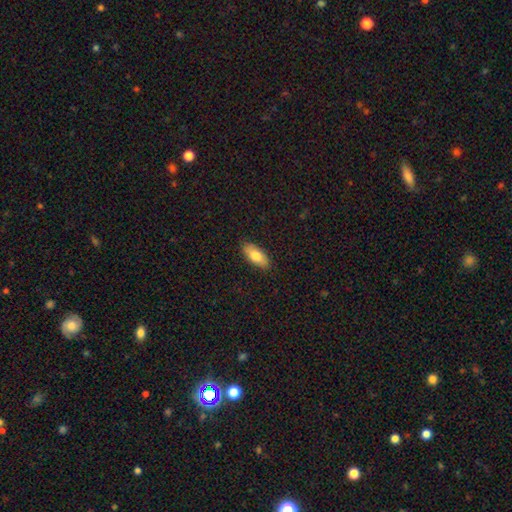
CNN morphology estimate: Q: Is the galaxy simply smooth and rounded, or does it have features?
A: smooth — 78%.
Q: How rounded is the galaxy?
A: in between — 85%.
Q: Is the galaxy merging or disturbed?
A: none — 89%.